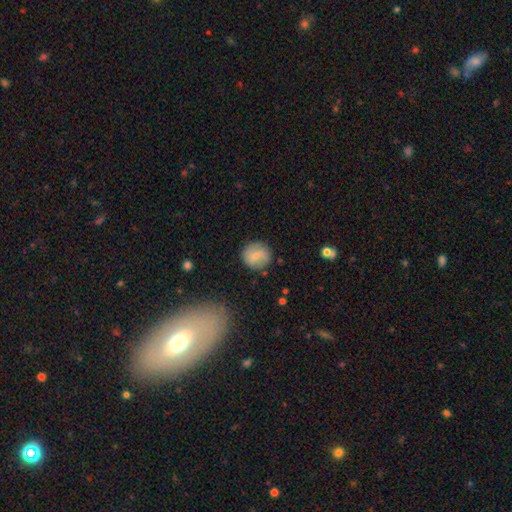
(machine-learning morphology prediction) This appears to be a smooth galaxy with no disk features (64%) that is round (91%). Merging: none (84%).